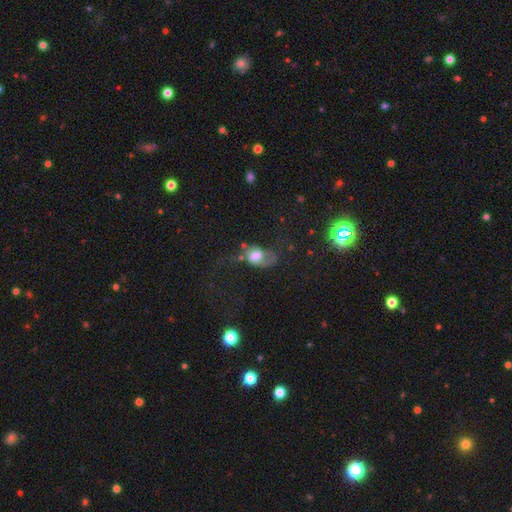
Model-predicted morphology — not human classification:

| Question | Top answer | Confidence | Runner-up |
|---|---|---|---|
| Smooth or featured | smooth | 45% | featured or disk (42%) |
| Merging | major disturbance | 39% | none (29%) |